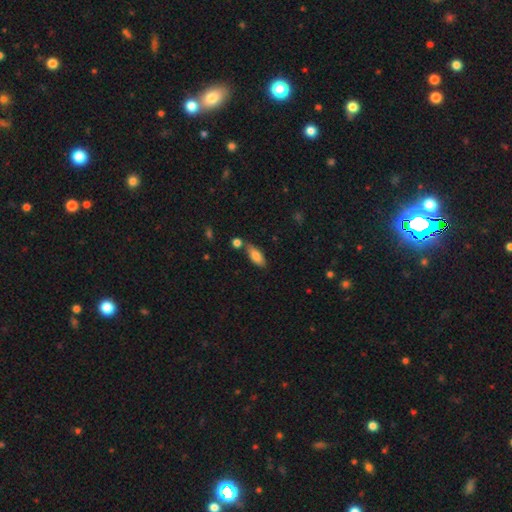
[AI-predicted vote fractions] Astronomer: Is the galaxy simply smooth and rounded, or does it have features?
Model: smooth — 80%.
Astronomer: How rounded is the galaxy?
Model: in between — 83%.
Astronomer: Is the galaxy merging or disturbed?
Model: none — 67%.